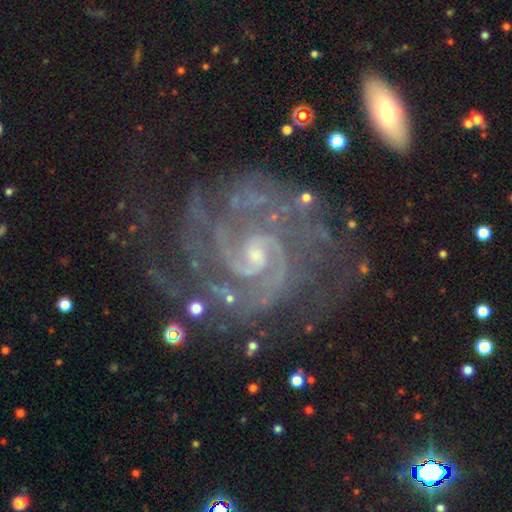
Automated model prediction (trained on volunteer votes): smooth-or-featured: featured or disk: 93% | star or artifact: 5% | smooth: 2%
  disk-edge-on: no: 98% | yes: 2%
    bar: no: 47% | weak: 42% | strong: 11%
    has-spiral-arms: yes: 99% | no: 1%
      spiral-winding: tight: 55% | medium: 40% | loose: 6%
      spiral-arm-count: 2: 54% | 3: 17% | can't tell: 10% | 4: 7% | more than 4: 6% | 1: 6%
    bulge-size: small: 58% | moderate: 35% | none: 4% | large: 2% | dominant: 1%
  merging: none: 63% | minor disturbance: 20% | major disturbance: 14% | merger: 3%